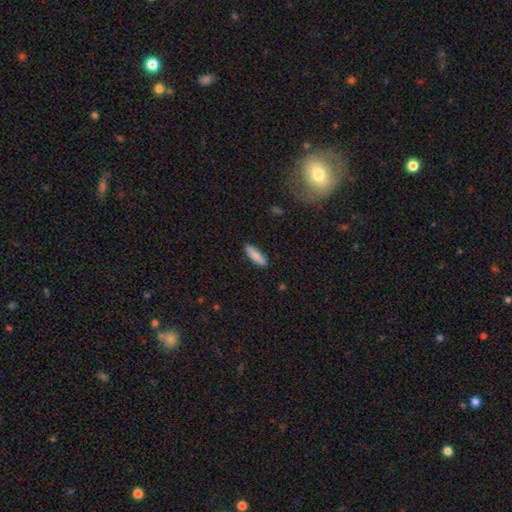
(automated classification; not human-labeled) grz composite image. It shows a smooth galaxy with no disk features (87%) that is cigar-shaped (56%). Merging: none (87%).